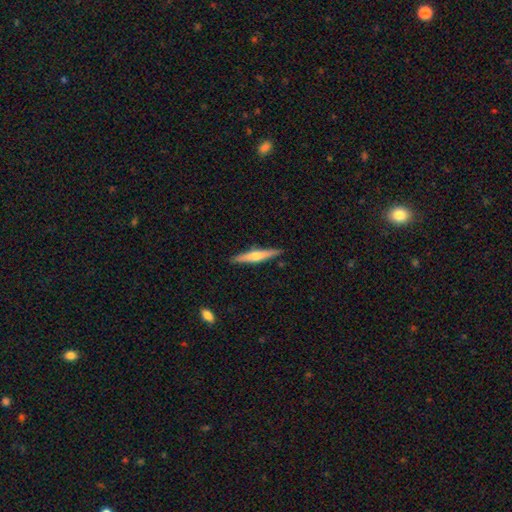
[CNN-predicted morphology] Overall: featured or disk (54%; smooth 40%). Edge-on disk: yes (96%). Edge-on bulge: rounded (85%). Merging: none (89%).